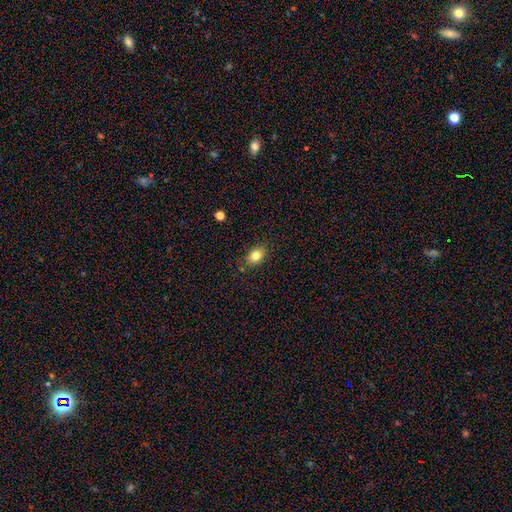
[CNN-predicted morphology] A smooth galaxy with no disk features (81%) that is in between round and cigar-shaped (76%). Merging: none (83%).